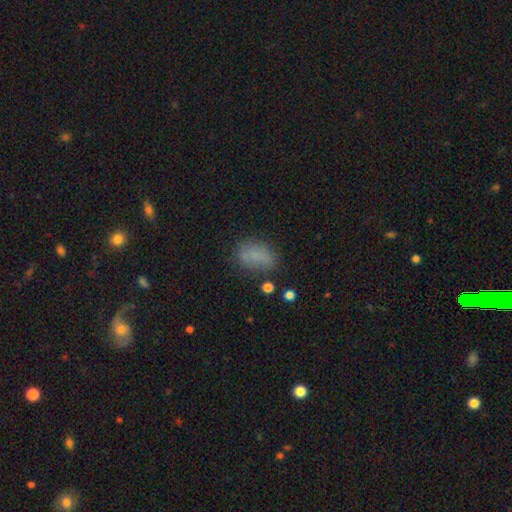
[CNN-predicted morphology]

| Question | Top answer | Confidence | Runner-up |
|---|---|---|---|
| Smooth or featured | smooth | 78% | star or artifact (12%) |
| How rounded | in between | 86% | round (11%) |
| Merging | none | 66% | minor disturbance (22%) |